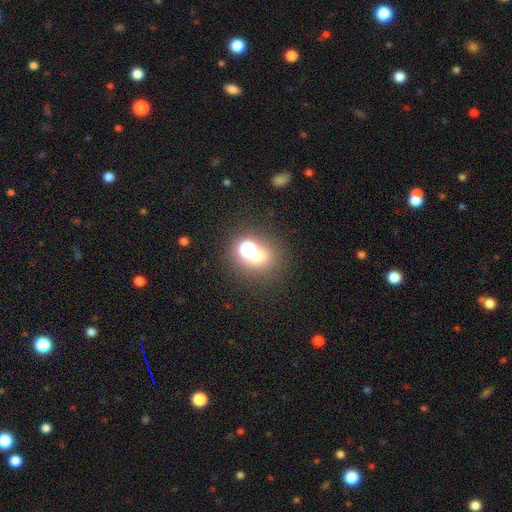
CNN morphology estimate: A smooth galaxy with no disk features (54%) that is round (73%). Merging: none (59%).